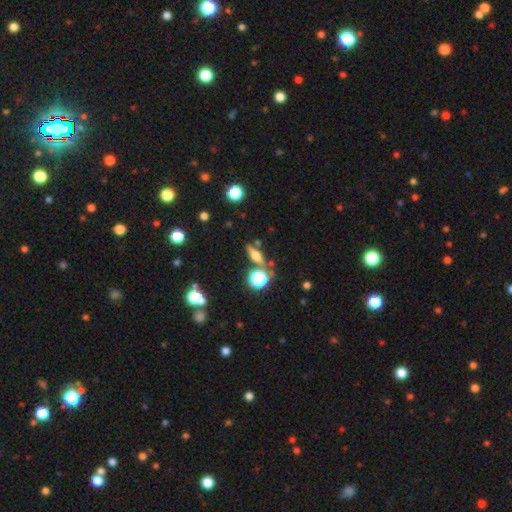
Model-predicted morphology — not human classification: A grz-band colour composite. It shows a featured or disk galaxy (48%). Merging: none (76%).